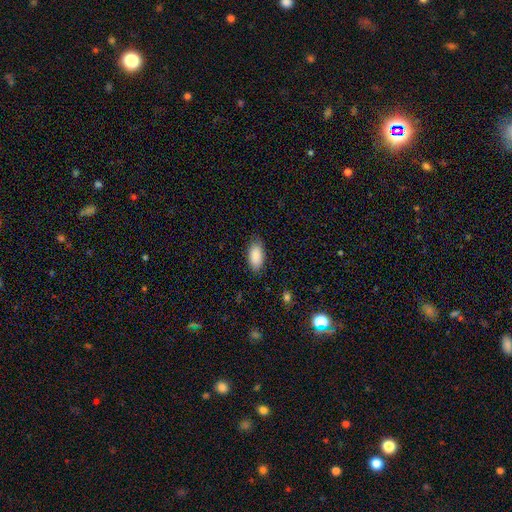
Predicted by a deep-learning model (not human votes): A smooth galaxy with no disk features (89%) that is in between round and cigar-shaped (93%).

Vote fractions:
- Smooth or featured? smooth: 89% / star or artifact: 6% / featured or disk: 5%
- How rounded? in between: 93% / cigar-shaped: 4% / round: 2%
- Merging? none: 81% / minor disturbance: 15% / major disturbance: 3% / merger: 1%